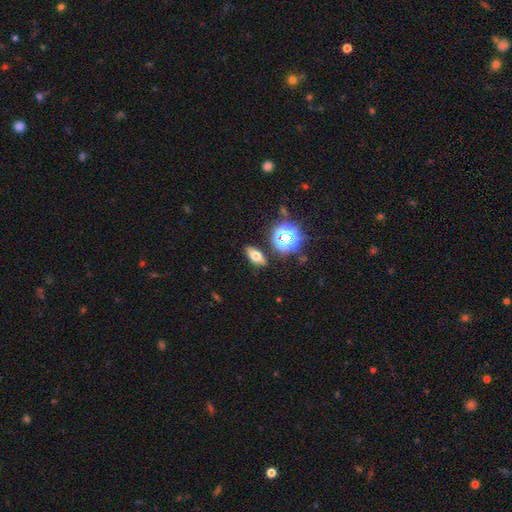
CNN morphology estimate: A smooth galaxy with no disk features (57%) that is in between round and cigar-shaped (78%).

Vote fractions:
- Smooth or featured? smooth: 57% / star or artifact: 22% / featured or disk: 21%
- How rounded? in between: 78% / cigar-shaped: 11% / round: 11%
- Merging? none: 85% / minor disturbance: 9% / merger: 3% / major disturbance: 3%